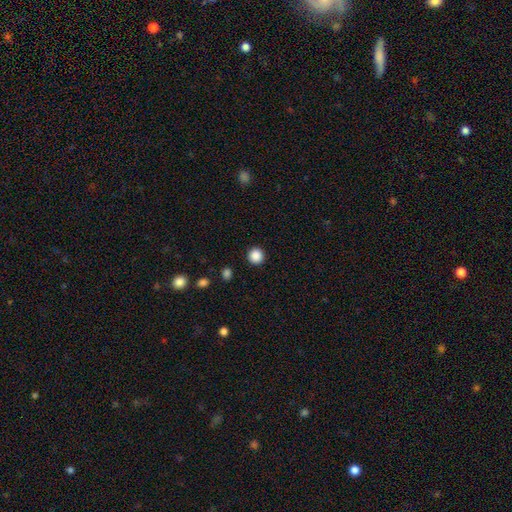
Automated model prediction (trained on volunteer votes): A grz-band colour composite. It shows a smooth galaxy with no disk features (87%) that is round (95%). Merging: none (92%).